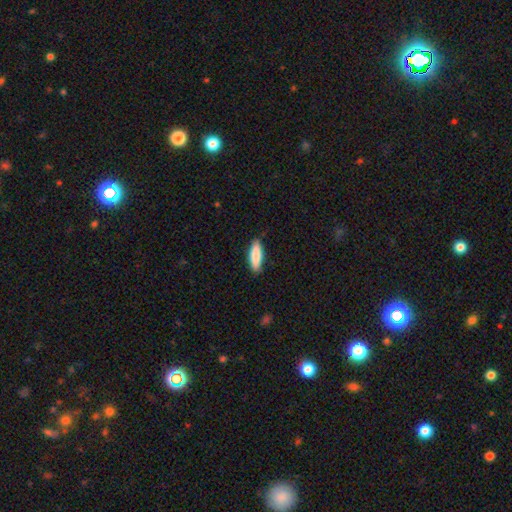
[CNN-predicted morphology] Q: Smooth or featured?
A: smooth (84%); runner-up: featured or disk (11%)
Q: How rounded?
A: in between (50%); runner-up: cigar-shaped (48%)
Q: Merging?
A: none (86%); runner-up: minor disturbance (11%)